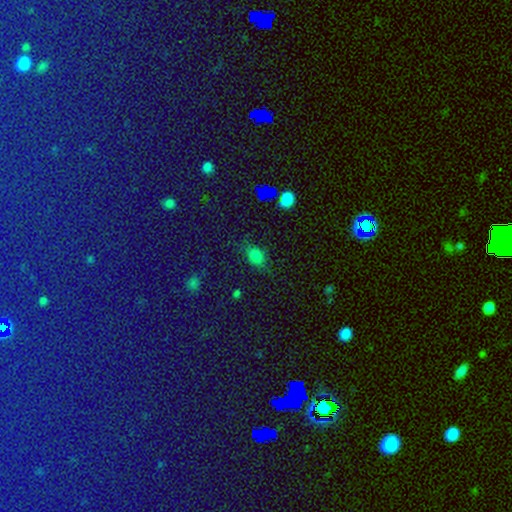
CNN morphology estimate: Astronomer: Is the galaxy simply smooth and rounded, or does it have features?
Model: smooth — 70%.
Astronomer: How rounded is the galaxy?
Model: in between — 61%.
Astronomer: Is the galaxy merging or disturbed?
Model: none — 70%.